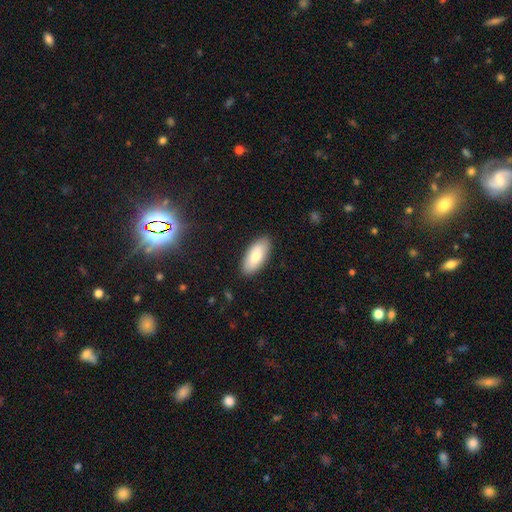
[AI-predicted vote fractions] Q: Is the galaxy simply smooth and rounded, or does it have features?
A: smooth — 78%.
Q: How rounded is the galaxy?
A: in between — 89%.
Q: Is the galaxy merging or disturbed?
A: none — 88%.